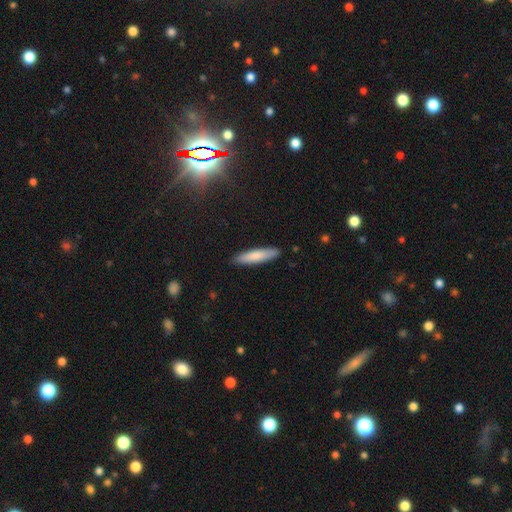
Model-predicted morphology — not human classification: smooth 80%, featured or disk 14%, star or artifact 5%. Down the decision tree: how rounded — cigar-shaped (79%); merging — none (89%).